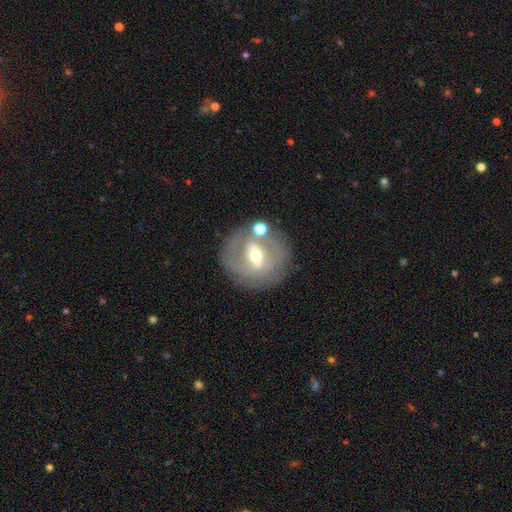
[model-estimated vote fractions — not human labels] Smooth or featured: featured or disk — 69% (smooth — 24%)
Edge-on disk: no — 92% (yes — 8%)
Bar: weak — 41% (tied with strong — 41%)
Spiral arms: no — 52% (yes — 48%)
Bulge size: moderate — 66% (small — 28%)
Merging: none — 72% (minor disturbance — 13%)